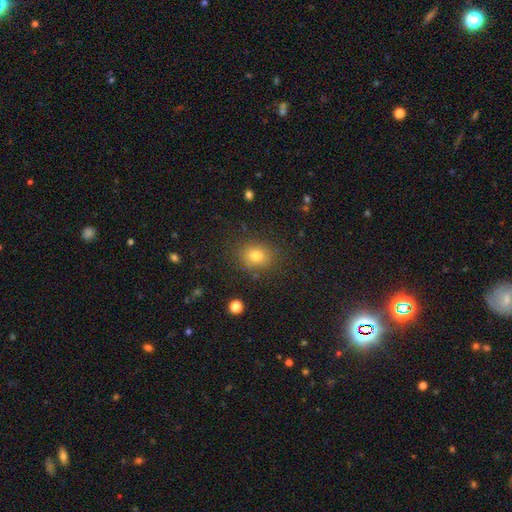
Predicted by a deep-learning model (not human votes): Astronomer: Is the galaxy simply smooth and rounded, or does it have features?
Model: smooth — 78%.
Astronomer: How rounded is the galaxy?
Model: round — 62% (runner-up: in between, 37%).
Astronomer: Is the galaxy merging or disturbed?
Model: none — 83%.